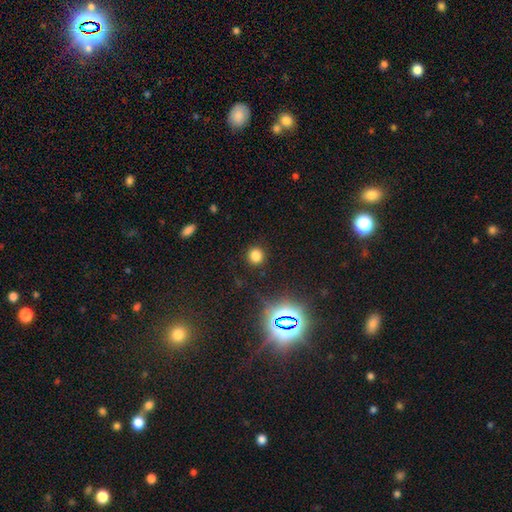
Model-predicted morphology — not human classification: smooth_or_featured: smooth (p=0.75) [alt: star or artifact p=0.19]
how_rounded: round (p=0.88) [alt: in between p=0.11]
merging: none (p=0.89) [alt: minor disturbance p=0.06]